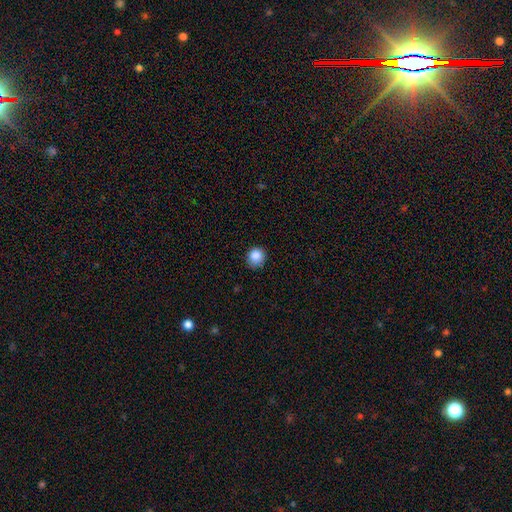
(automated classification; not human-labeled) smooth 86%, star or artifact 10%, featured or disk 4%. Down the decision tree: how rounded — round (88%); merging — none (76%).